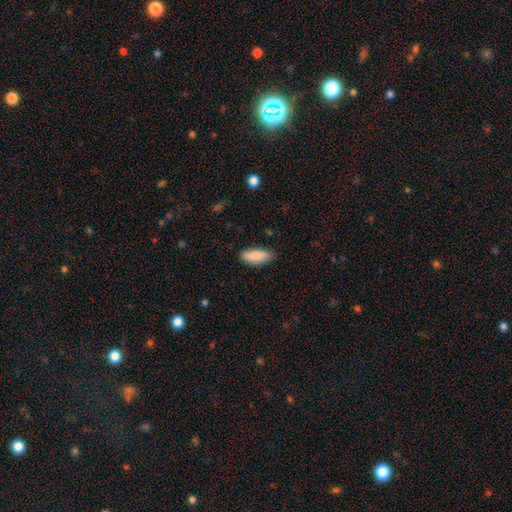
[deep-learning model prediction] Morphology: type=smooth (84%); roundness=in between (82%); merging=none (81%).